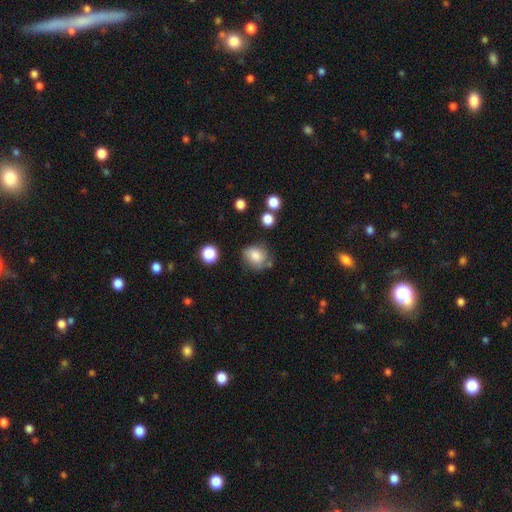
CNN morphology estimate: Smooth or featured: smooth — 78% (featured or disk — 12%)
How rounded: round — 62% (in between — 37%)
Merging: none — 63% (minor disturbance — 23%)